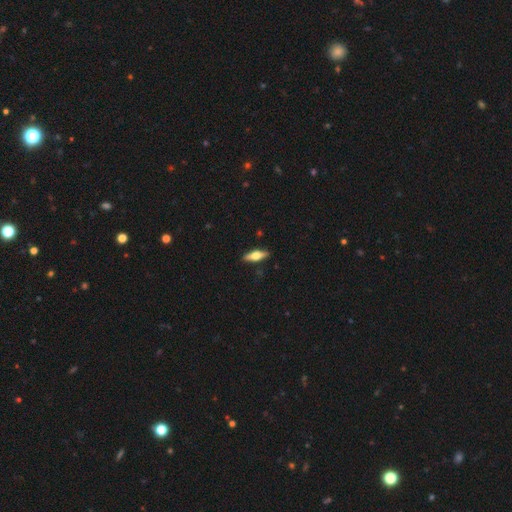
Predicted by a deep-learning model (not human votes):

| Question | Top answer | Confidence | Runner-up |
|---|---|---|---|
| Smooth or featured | featured or disk | 49% | smooth (45%) |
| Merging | none | 88% | minor disturbance (9%) |